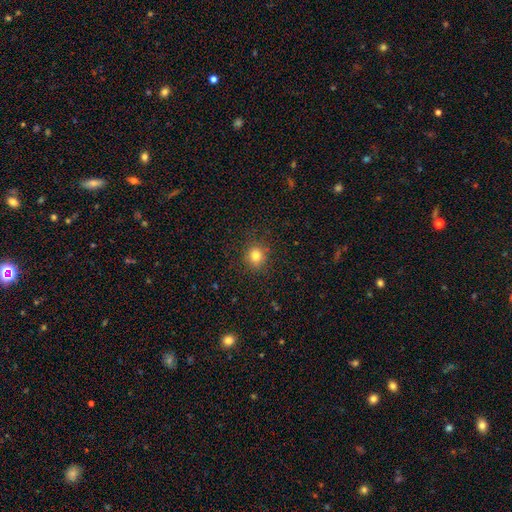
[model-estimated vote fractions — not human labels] smooth 80%, star or artifact 14%, featured or disk 7%. Down the decision tree: how rounded — round (85%); merging — none (86%).